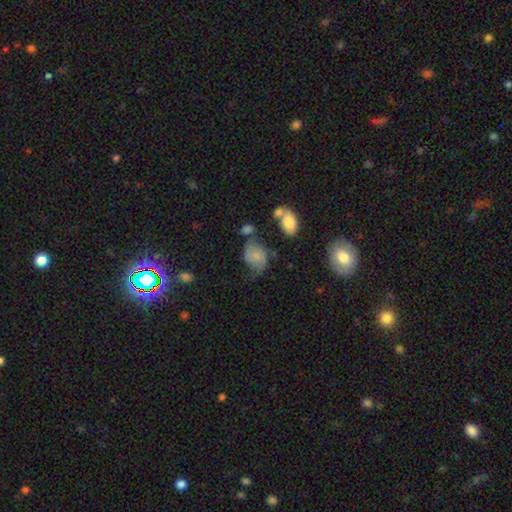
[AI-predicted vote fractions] Morphology: type=smooth (59%); roundness=in between (63%); merging=none (37%).